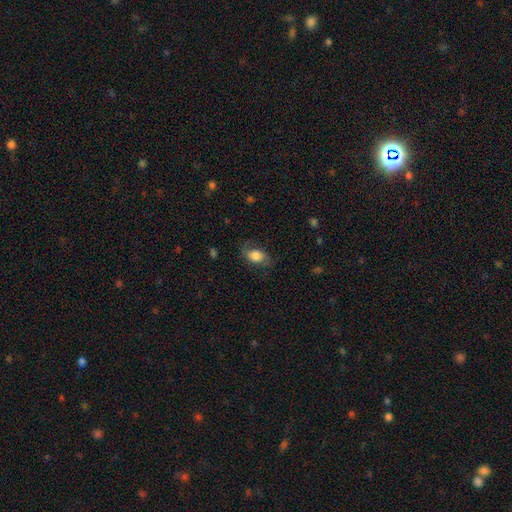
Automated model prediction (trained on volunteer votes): Morphology: type=smooth (69%); roundness=in between (86%); merging=none (69%).